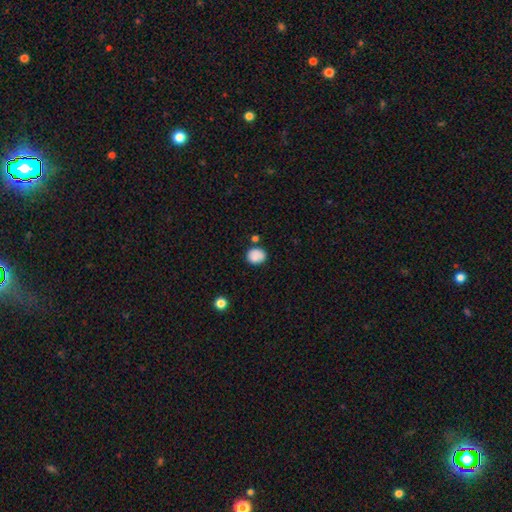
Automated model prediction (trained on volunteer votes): A smooth galaxy with no disk features (85%) that is round (60%).

Vote fractions:
- Smooth or featured? smooth: 85% / star or artifact: 9% / featured or disk: 6%
- How rounded? round: 60% / in between: 39% / cigar-shaped: 1%
- Merging? none: 71% / minor disturbance: 17% / merger: 8% / major disturbance: 4%